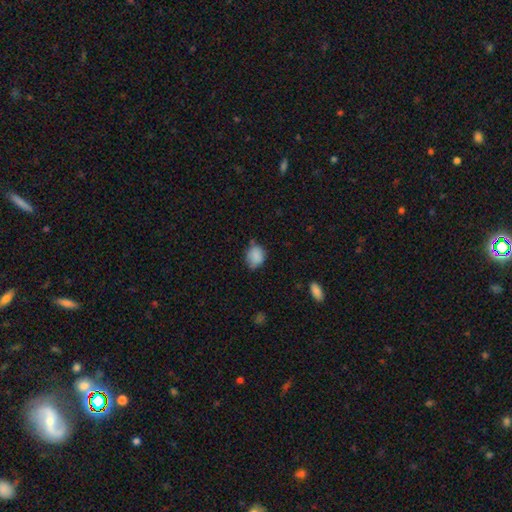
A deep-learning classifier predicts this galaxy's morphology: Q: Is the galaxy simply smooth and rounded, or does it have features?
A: smooth — 85%.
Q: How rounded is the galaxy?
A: round — 58%.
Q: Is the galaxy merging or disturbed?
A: none — 54%.